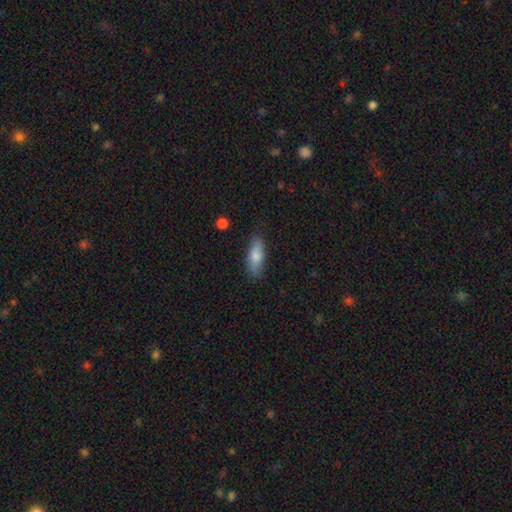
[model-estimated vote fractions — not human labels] smooth-or-featured: smooth: 76% | featured or disk: 18% | star or artifact: 6%
  how-rounded: in between: 64% | cigar-shaped: 33% | round: 3%
  merging: none: 81% | minor disturbance: 15% | major disturbance: 3% | merger: 1%